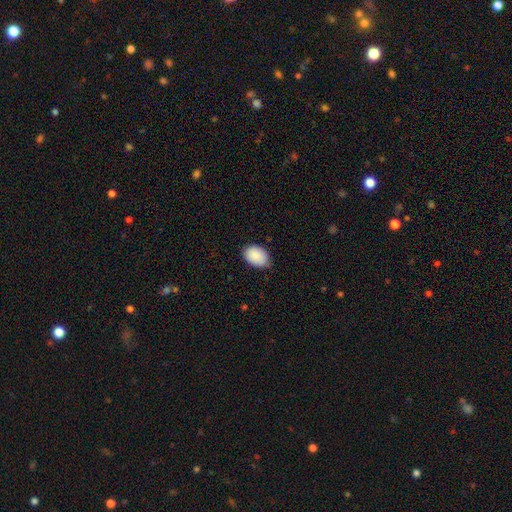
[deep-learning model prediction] Smooth or featured?
  - smooth: 90% *
  - star or artifact: 6%
  - featured or disk: 4%
How rounded?
  - in between: 85% *
  - round: 14%
  - cigar-shaped: 1%
Merging?
  - none: 77% *
  - minor disturbance: 19%
  - major disturbance: 3%
  - merger: 1%